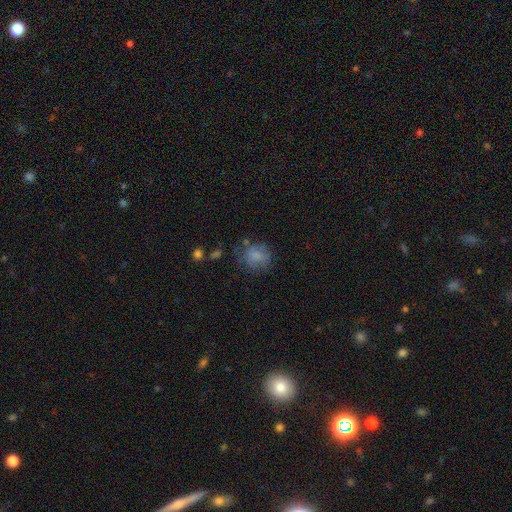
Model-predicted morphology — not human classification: Smooth or featured? smooth (75%)
How rounded? round (77%)
Merging? none (57%)